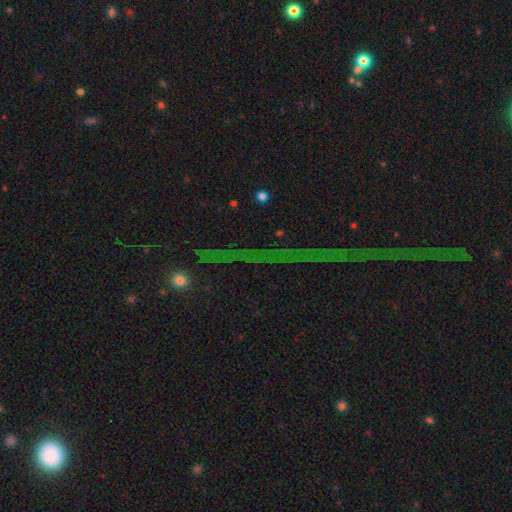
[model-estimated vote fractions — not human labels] Smooth or featured? Predicted: star or artifact (p=0.83).